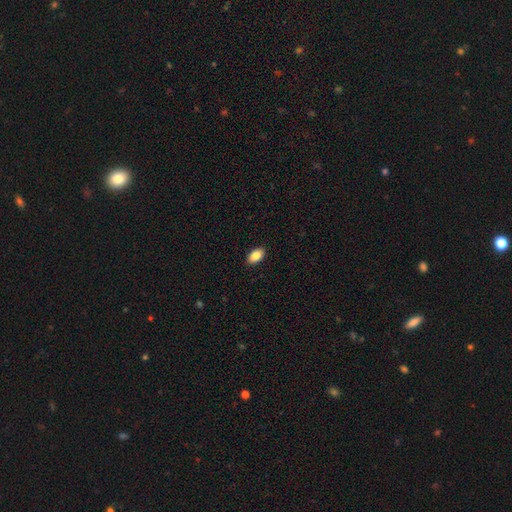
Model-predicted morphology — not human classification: Q: Smooth or featured?
A: smooth (86%); runner-up: star or artifact (7%)
Q: How rounded?
A: in between (93%); runner-up: round (5%)
Q: Merging?
A: none (90%); runner-up: minor disturbance (7%)